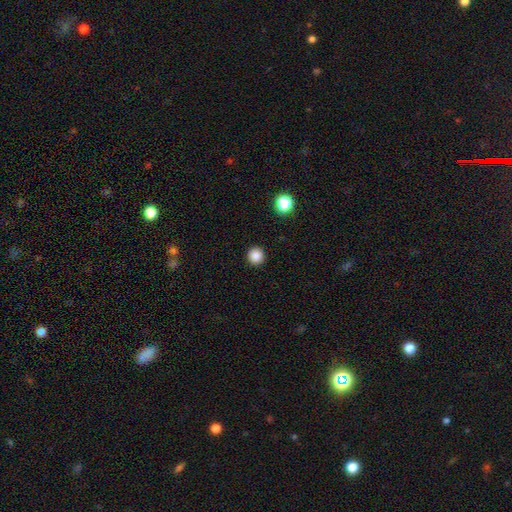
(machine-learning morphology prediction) Smooth or featured: smooth — 86% (star or artifact — 11%)
How rounded: round — 95% (in between — 4%)
Merging: none — 93% (minor disturbance — 4%)